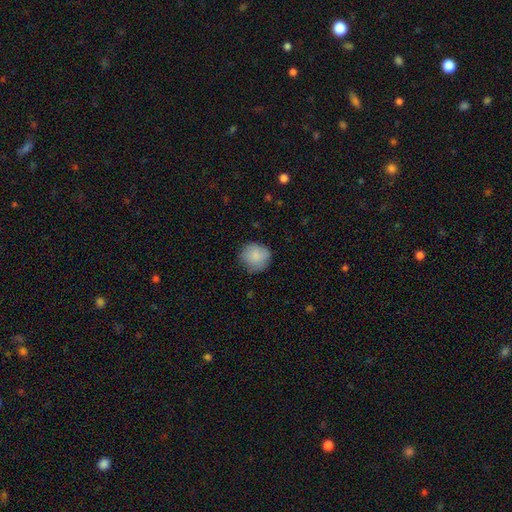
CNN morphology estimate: A smooth galaxy with no disk features (86%) that is round (89%). Merging: none (77%).